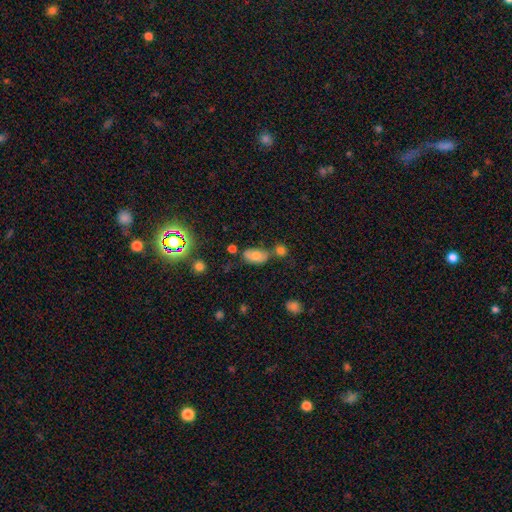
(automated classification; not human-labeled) smooth 73%, featured or disk 16%, star or artifact 11%. Down the decision tree: how rounded — in between (90%); merging — none (55%).